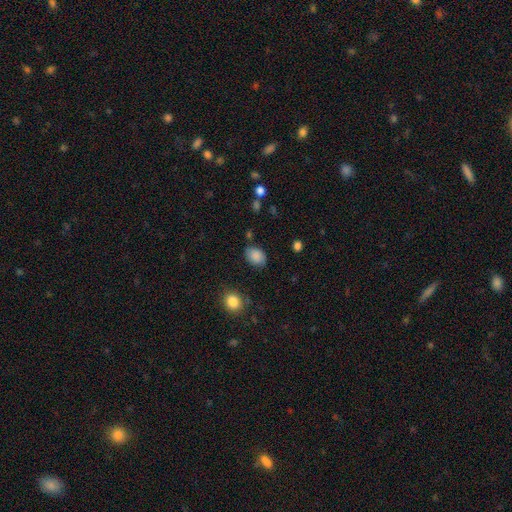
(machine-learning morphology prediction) Q: Smooth or featured?
A: smooth (86%); runner-up: star or artifact (8%)
Q: How rounded?
A: in between (73%); runner-up: round (26%)
Q: Merging?
A: none (77%); runner-up: minor disturbance (16%)